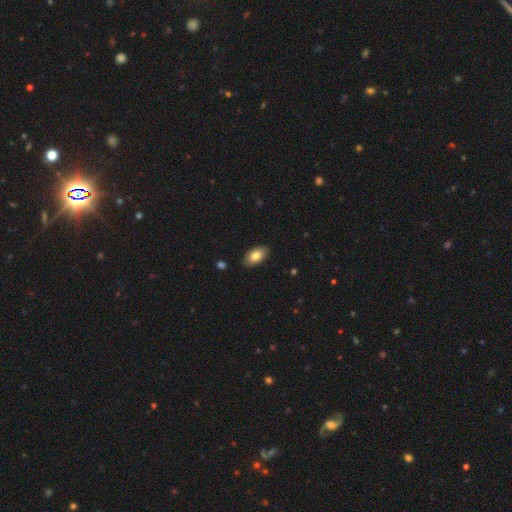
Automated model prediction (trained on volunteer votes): Q: Smooth or featured?
A: smooth (80%); runner-up: featured or disk (13%)
Q: How rounded?
A: in between (94%); runner-up: round (4%)
Q: Merging?
A: none (88%); runner-up: minor disturbance (9%)